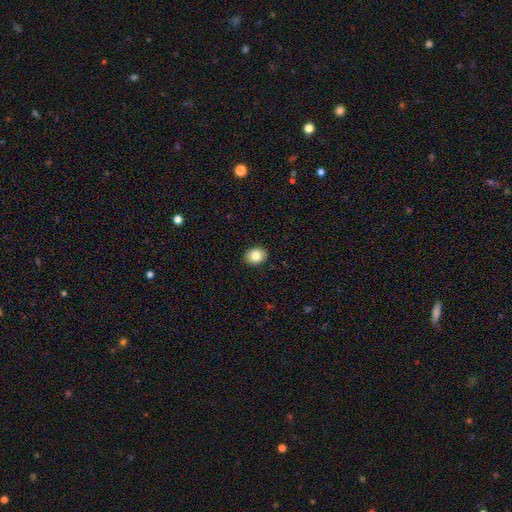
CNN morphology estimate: smooth_or_featured: smooth (p=0.83) [alt: star or artifact p=0.09]
how_rounded: round (p=0.52) [alt: in between p=0.47]
merging: none (p=0.91) [alt: minor disturbance p=0.07]